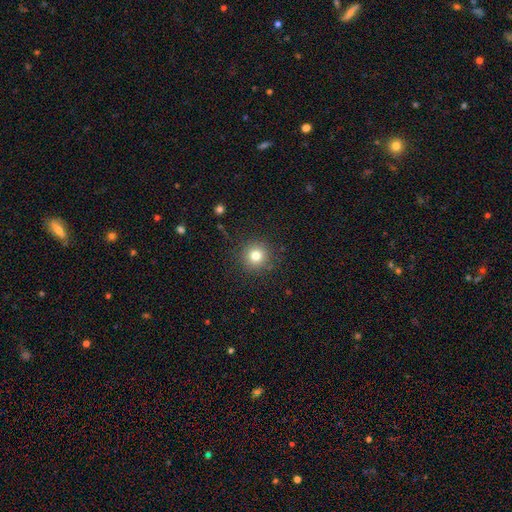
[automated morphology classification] The model was most divided on "smooth or featured": smooth: 79%, star or artifact: 13%, featured or disk: 8%. More confident: how rounded — round (94%); merging — none (89%).